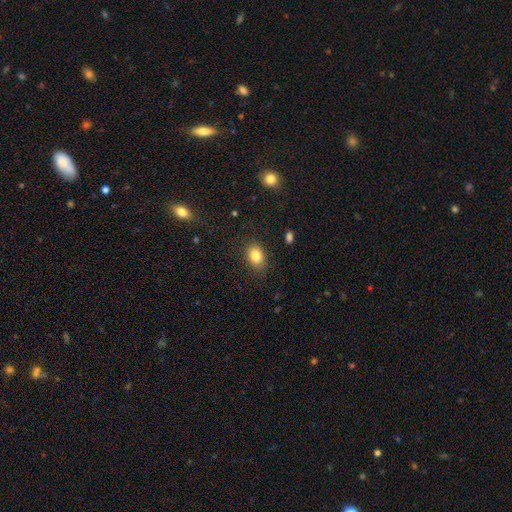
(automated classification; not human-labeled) Smooth or featured?
  - smooth: 84% *
  - star or artifact: 10%
  - featured or disk: 7%
How rounded?
  - in between: 69% *
  - round: 29%
  - cigar-shaped: 1%
Merging?
  - none: 83% *
  - minor disturbance: 12%
  - major disturbance: 3%
  - merger: 1%